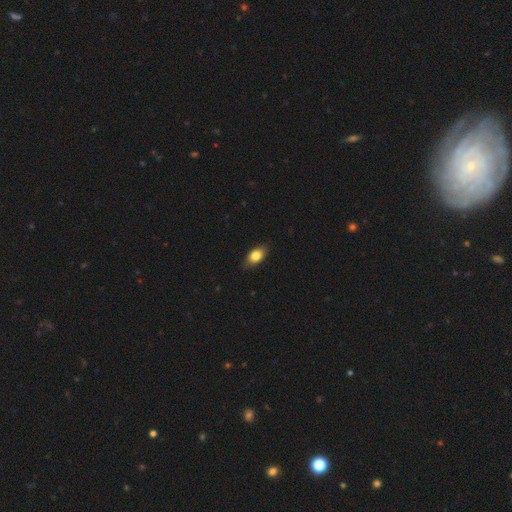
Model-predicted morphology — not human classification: smooth_or_featured: smooth (p=0.81) [alt: featured or disk p=0.12]
how_rounded: in between (p=0.87) [alt: round p=0.09]
merging: none (p=0.82) [alt: minor disturbance p=0.15]